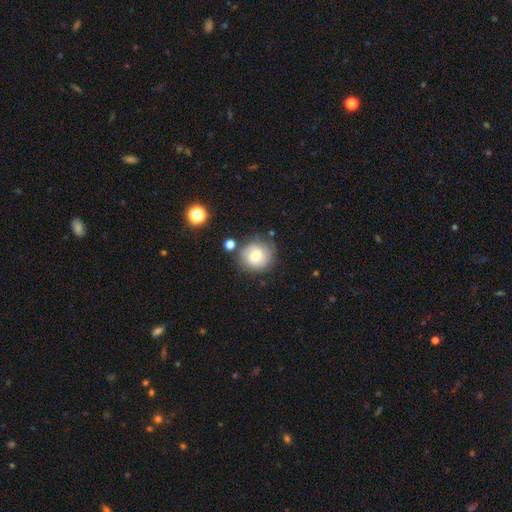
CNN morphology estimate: smooth-or-featured: smooth: 62% | featured or disk: 28% | star or artifact: 10%
  how-rounded: round: 86% | in between: 13% | cigar-shaped: 1%
  merging: none: 74% | minor disturbance: 16% | merger: 5% | major disturbance: 5%